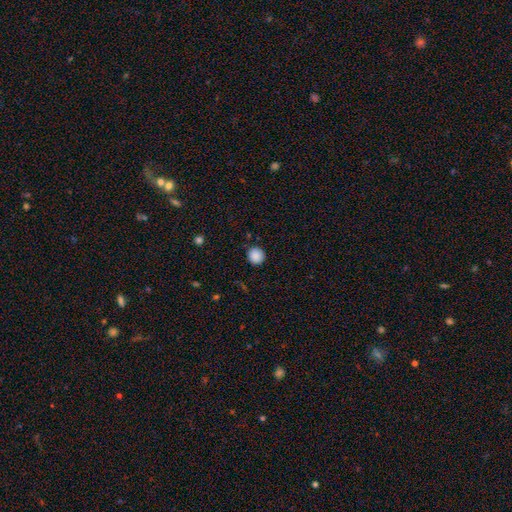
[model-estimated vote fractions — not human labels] smooth_or_featured: smooth (p=0.88) [alt: star or artifact p=0.09]
how_rounded: round (p=0.93) [alt: in between p=0.06]
merging: none (p=0.90) [alt: minor disturbance p=0.07]